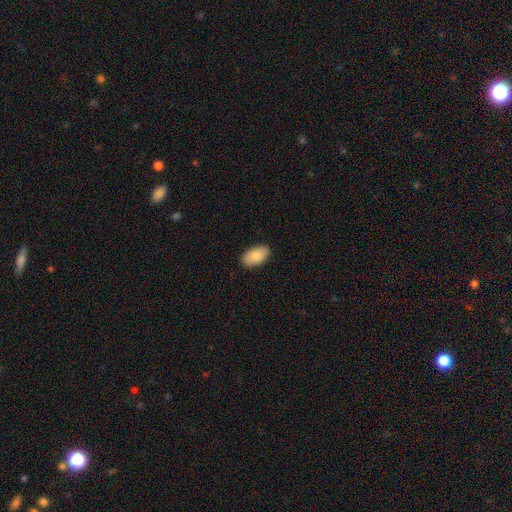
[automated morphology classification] The model was most divided on "smooth or featured": smooth: 85%, featured or disk: 9%, star or artifact: 6%. More confident: how rounded — in between (95%); merging — none (88%).